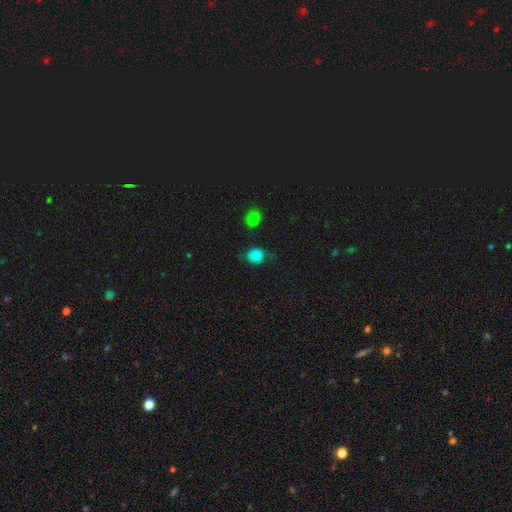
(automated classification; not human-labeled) smooth 81%, star or artifact 12%, featured or disk 7%. Down the decision tree: how rounded — round (72%); merging — none (65%).